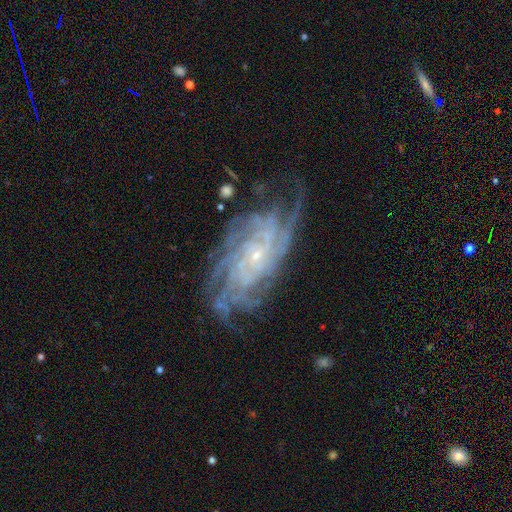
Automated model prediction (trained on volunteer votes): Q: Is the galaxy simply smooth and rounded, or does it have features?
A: featured or disk — 89%.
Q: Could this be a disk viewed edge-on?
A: no — 96%.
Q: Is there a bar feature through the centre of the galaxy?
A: no — 70%.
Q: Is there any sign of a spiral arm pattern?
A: yes — 98%.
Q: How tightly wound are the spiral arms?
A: tight — 68%.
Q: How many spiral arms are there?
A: more than 4 — 34%.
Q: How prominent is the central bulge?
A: small — 86%.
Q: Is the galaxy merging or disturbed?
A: none — 72%.